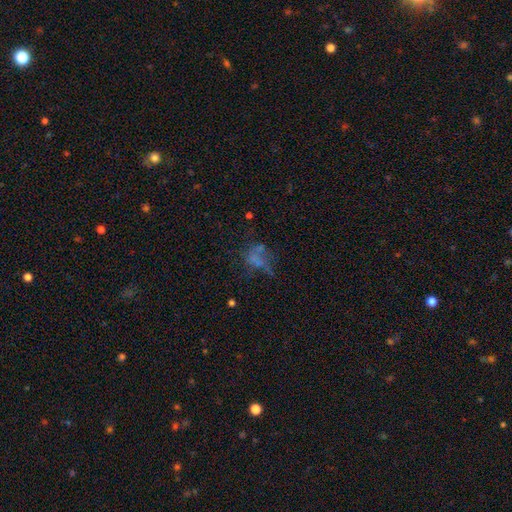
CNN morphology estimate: Overall: featured or disk (40%; smooth 36%). Merging: major disturbance (35%; none 34%).